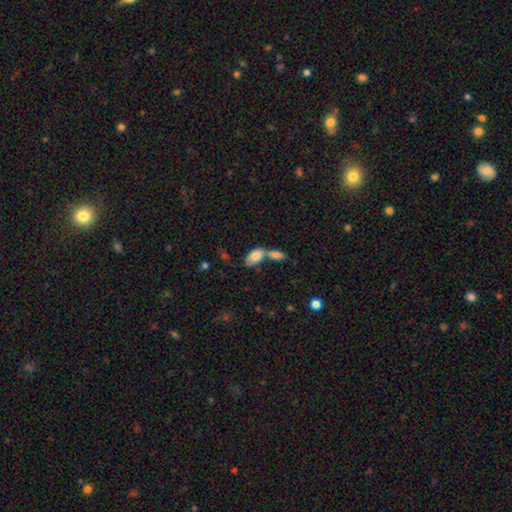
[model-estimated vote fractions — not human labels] smooth_or_featured: smooth (p=0.83) [alt: featured or disk p=0.10]
how_rounded: in between (p=0.93) [alt: cigar-shaped p=0.04]
merging: merger (p=0.54) [alt: none p=0.32]